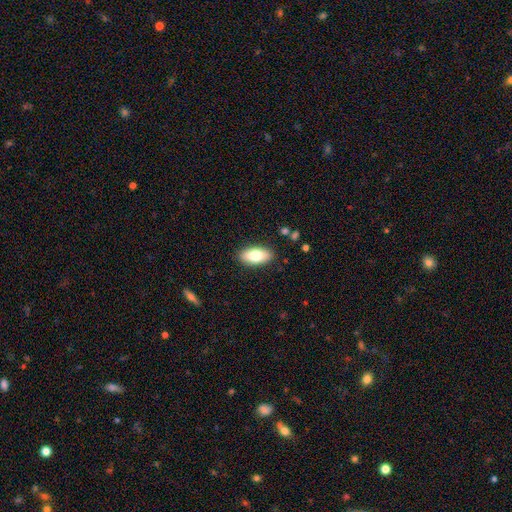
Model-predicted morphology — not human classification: This is likely a smooth galaxy (76%). How rounded: clearly in between (89%). Merging: clearly none (88%).